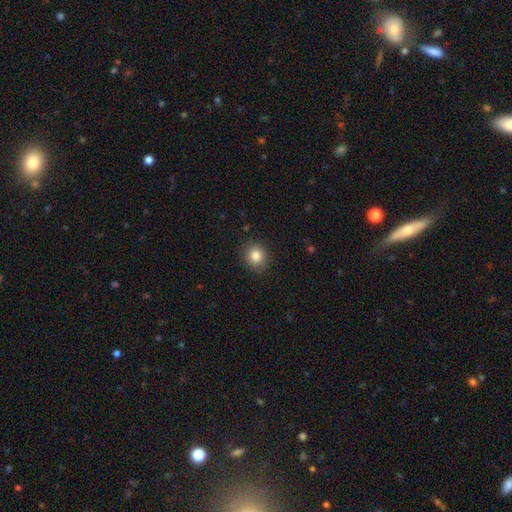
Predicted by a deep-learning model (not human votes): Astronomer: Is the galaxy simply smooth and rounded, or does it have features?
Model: smooth — 83%.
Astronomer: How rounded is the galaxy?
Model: round — 85%.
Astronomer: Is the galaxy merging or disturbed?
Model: none — 90%.